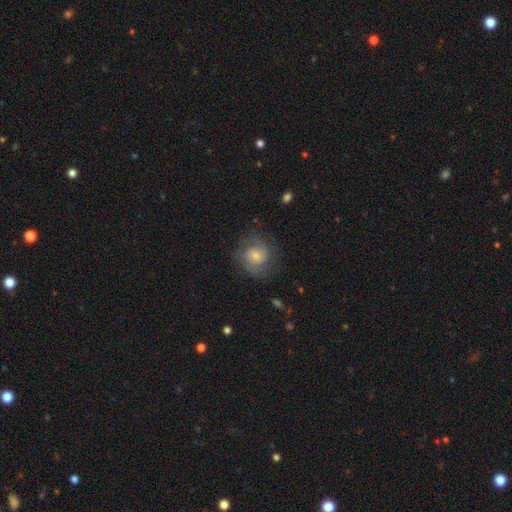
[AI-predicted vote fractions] Smooth or featured: featured or disk — 58% (smooth — 32%)
Edge-on disk: no — 97% (yes — 3%)
Bar: no — 69% (weak — 26%)
Spiral arms: yes — 87% (no — 13%)
Bulge size: small — 52% (moderate — 37%)
Merging: none — 72% (minor disturbance — 16%)